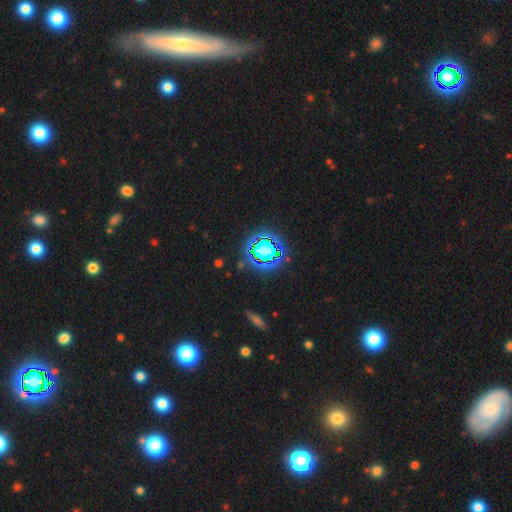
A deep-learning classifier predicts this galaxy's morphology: This is likely a star or artifact rather than a galaxy (77%).